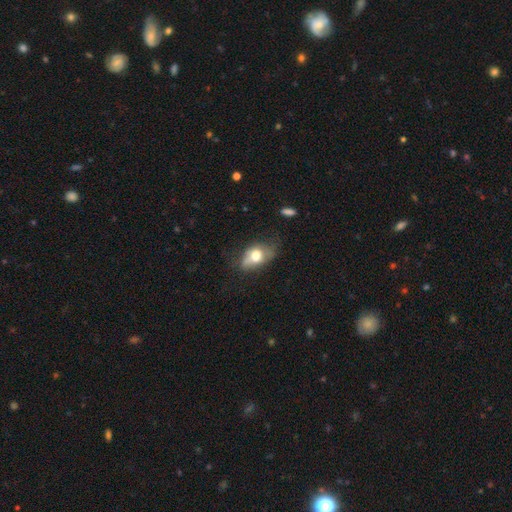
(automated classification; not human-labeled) The model was most divided on "merging": none: 43%, minor disturbance: 34%, major disturbance: 18%, merger: 5%. More confident: how rounded — in between (84%); smooth or featured — smooth (63%).